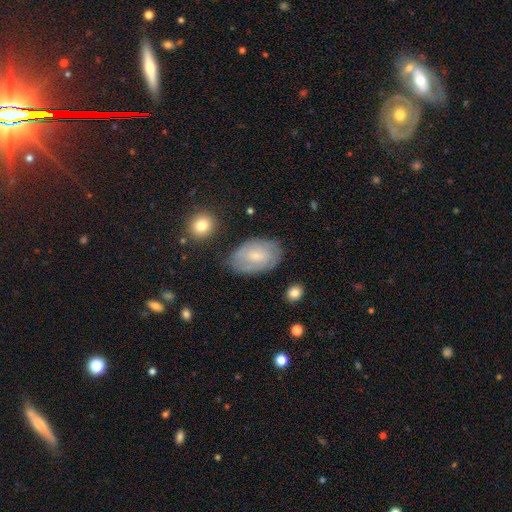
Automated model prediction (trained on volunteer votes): Overall: featured or disk (47%; smooth 45%). Merging: none (69%).